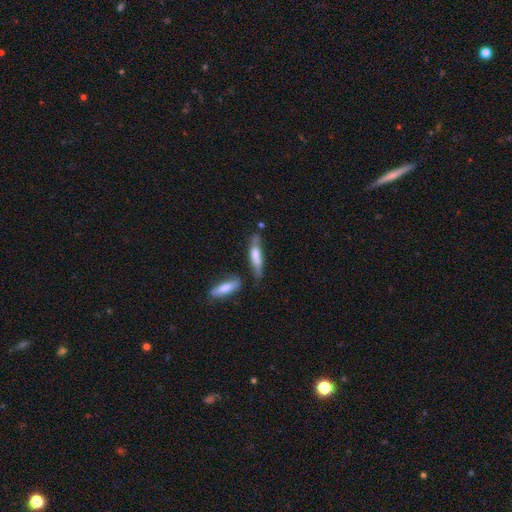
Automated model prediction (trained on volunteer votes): Smooth or featured: smooth — 56% (featured or disk — 37%)
How rounded: cigar-shaped — 72% (in between — 26%)
Merging: none — 46% (minor disturbance — 27%)